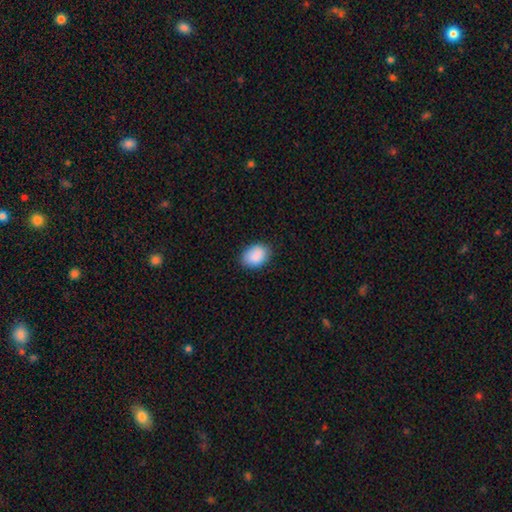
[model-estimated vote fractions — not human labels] smooth 90%, star or artifact 7%, featured or disk 3%. Down the decision tree: how rounded — in between (74%); merging — none (85%).